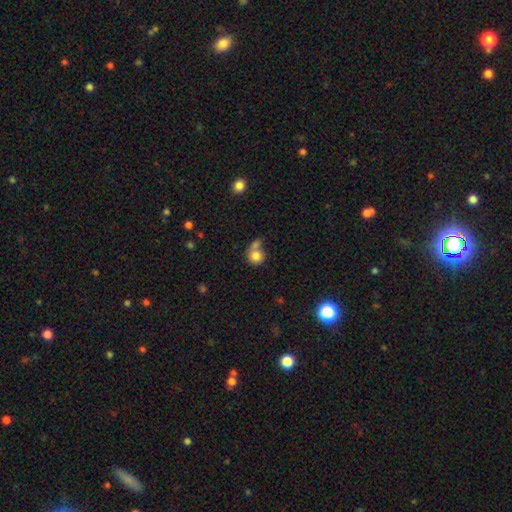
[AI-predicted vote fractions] Smooth or featured? smooth (81%)
How rounded? round (85%)
Merging? merger (44%)